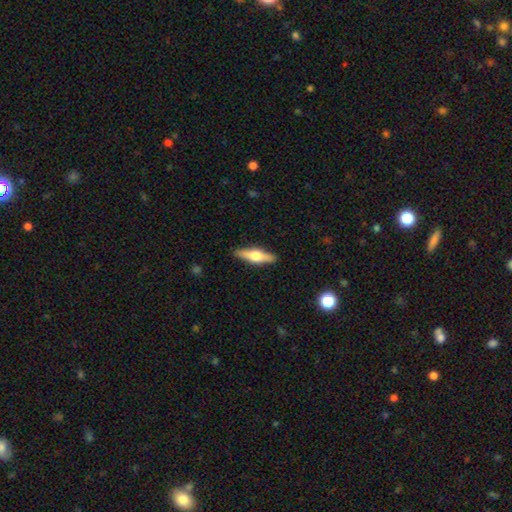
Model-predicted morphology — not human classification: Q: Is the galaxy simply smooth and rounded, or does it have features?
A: featured or disk — 58%.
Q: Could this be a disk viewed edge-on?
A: yes — 95%.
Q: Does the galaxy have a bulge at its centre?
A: rounded — 94%.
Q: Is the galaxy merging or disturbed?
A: none — 90%.